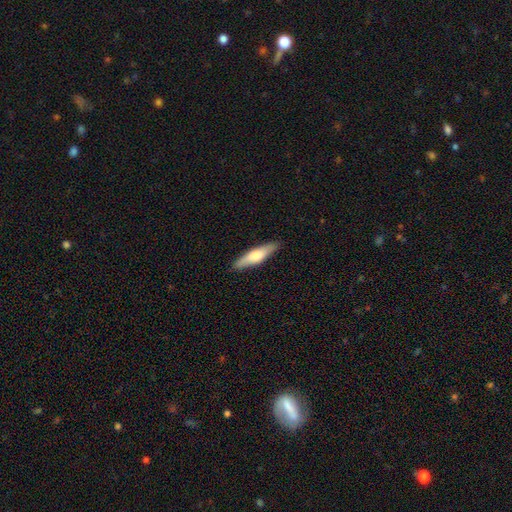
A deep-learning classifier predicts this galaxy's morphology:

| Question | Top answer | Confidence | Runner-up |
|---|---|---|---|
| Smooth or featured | smooth | 56% | featured or disk (39%) |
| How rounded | cigar-shaped | 75% | in between (23%) |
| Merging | none | 89% | minor disturbance (8%) |